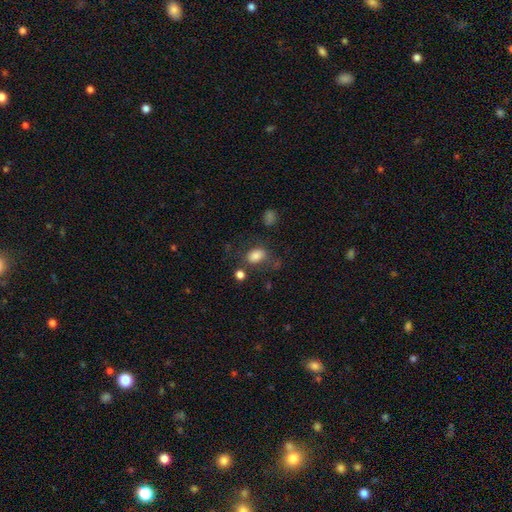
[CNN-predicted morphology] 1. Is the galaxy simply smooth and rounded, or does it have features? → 80% smooth, 11% star or artifact, 9% featured or disk.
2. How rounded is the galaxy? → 73% in between, 26% round, 1% cigar-shaped.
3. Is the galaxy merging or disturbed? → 59% none, 20% minor disturbance, 12% major disturbance, 9% merger.